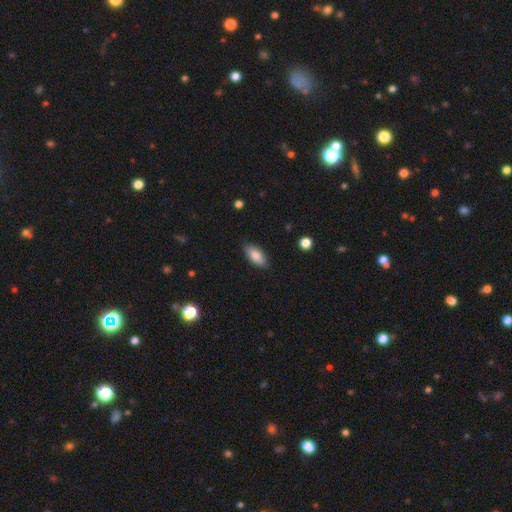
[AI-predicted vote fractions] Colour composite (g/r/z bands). It shows a smooth galaxy with no disk features (83%) that is in between round and cigar-shaped (85%). Merging: none (85%).